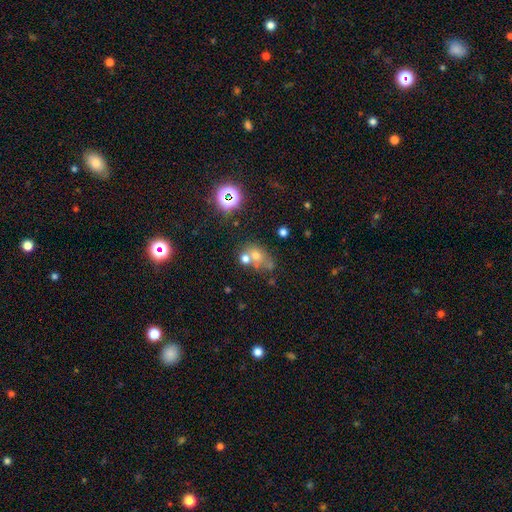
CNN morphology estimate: Overall: smooth (55%; star or artifact 23%). How rounded: round (54%; in between 45%). Merging: merger (40%, tied with none).